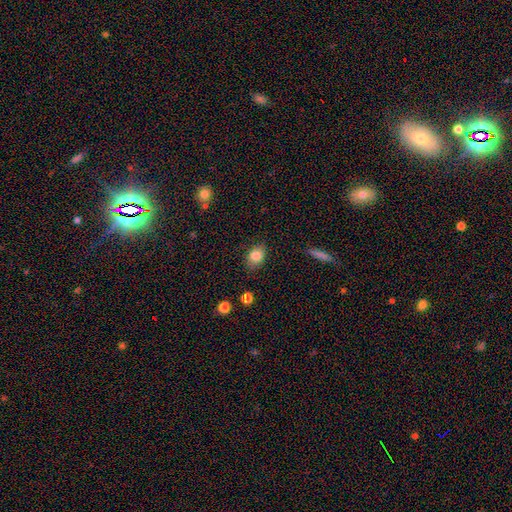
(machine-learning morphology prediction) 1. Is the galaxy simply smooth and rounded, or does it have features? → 83% smooth, 9% star or artifact, 8% featured or disk.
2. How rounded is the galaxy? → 70% in between, 29% round, 2% cigar-shaped.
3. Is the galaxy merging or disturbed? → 83% none, 13% minor disturbance, 3% major disturbance, 1% merger.